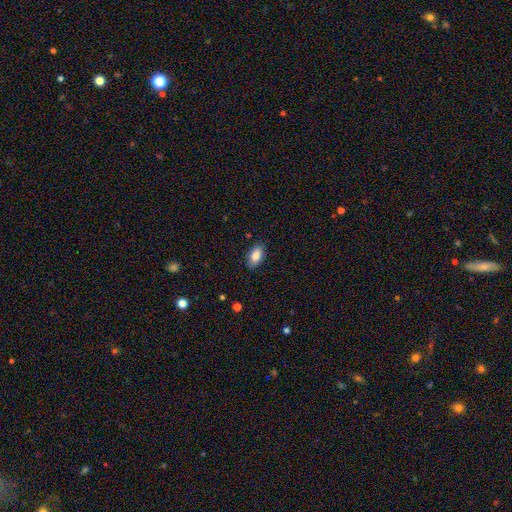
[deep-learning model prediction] The model was most divided on "merging": none: 85%, minor disturbance: 11%, major disturbance: 2%, merger: 1%. More confident: how rounded — in between (92%); smooth or featured — smooth (84%).